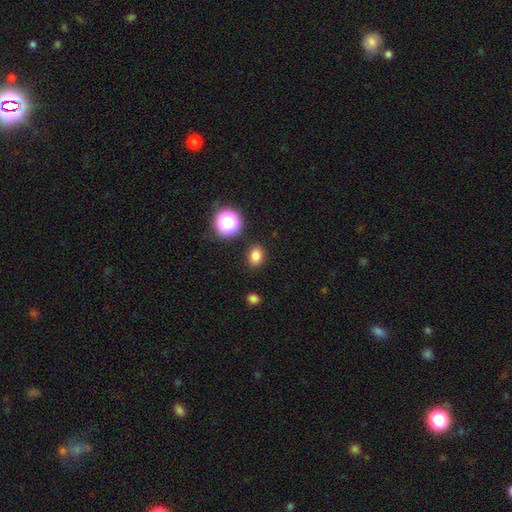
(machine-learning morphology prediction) Smooth or featured? Predicted: smooth (p=0.82). How rounded? Predicted: in between (p=0.58). Merging? Predicted: none (p=0.88).